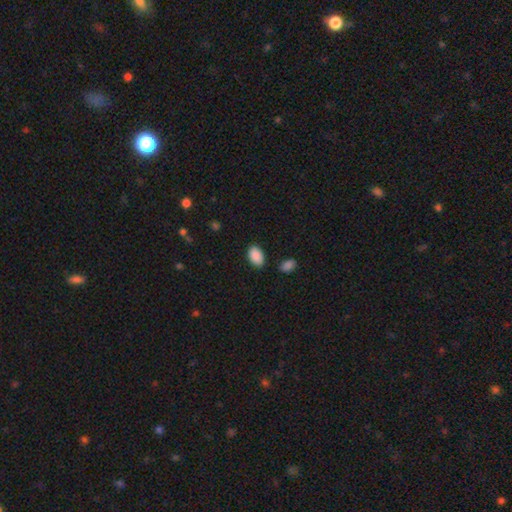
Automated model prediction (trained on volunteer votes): This is clearly a smooth galaxy (90%). How rounded: clearly in between (91%). Merging: clearly none (82%).